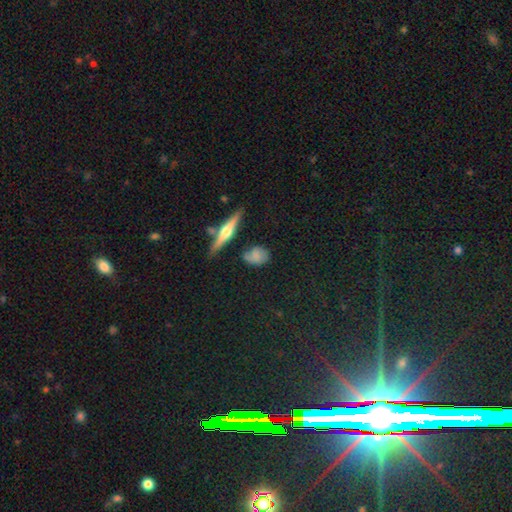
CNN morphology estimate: This appears to be a smooth galaxy with no disk features (54%) that is in between round and cigar-shaped (54%). Merging: none (70%).